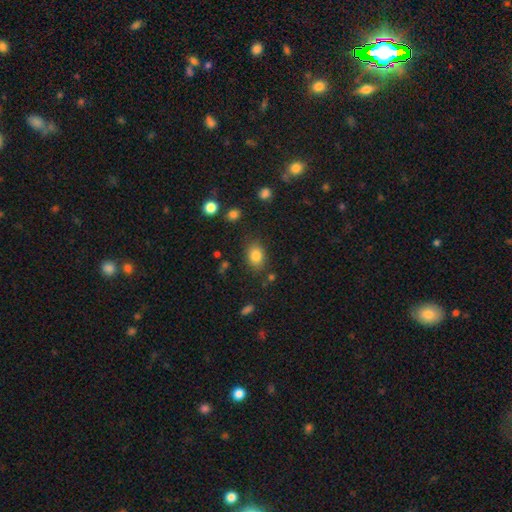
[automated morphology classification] Smooth or featured? smooth (83%)
How rounded? in between (73%)
Merging? none (81%)